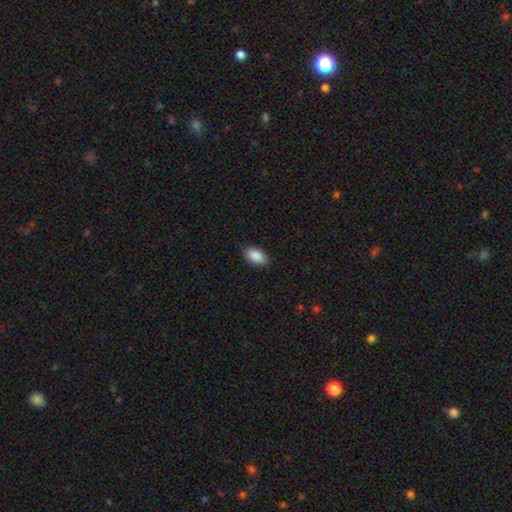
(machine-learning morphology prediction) The model was most divided on "merging": none: 86%, minor disturbance: 10%, major disturbance: 2%, merger: 1%. More confident: how rounded — in between (93%); smooth or featured — smooth (89%).